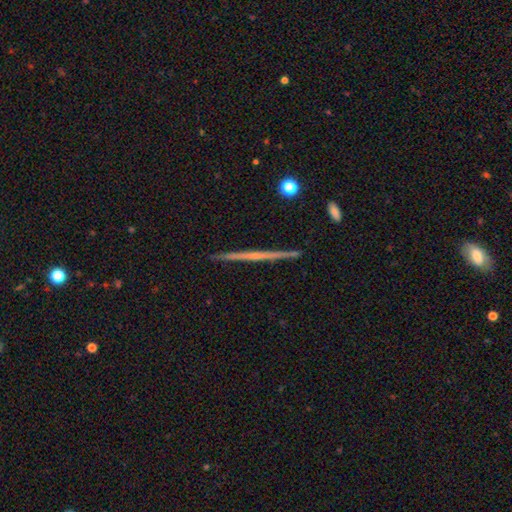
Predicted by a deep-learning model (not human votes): smooth-or-featured: featured or disk: 72% | smooth: 22% | star or artifact: 6%
  disk-edge-on: yes: 98% | no: 2%
    edge-on-bulge: none: 72% | rounded: 23% | boxy: 5%
  merging: none: 92% | minor disturbance: 5% | merger: 1% | major disturbance: 1%